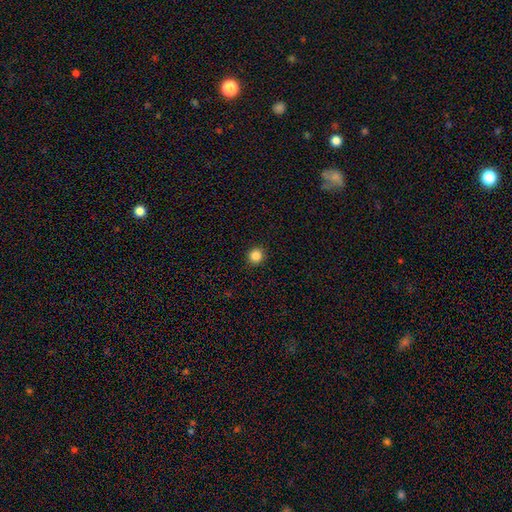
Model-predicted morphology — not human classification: smooth_or_featured: smooth (p=0.85) [alt: star or artifact p=0.11]
how_rounded: round (p=0.93) [alt: in between p=0.06]
merging: none (p=0.92) [alt: minor disturbance p=0.05]